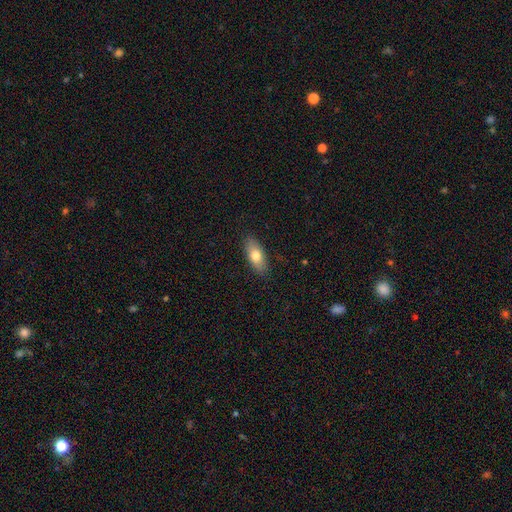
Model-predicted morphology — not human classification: A smooth galaxy with no disk features (74%) that is in between round and cigar-shaped (83%). Merging: none (87%).